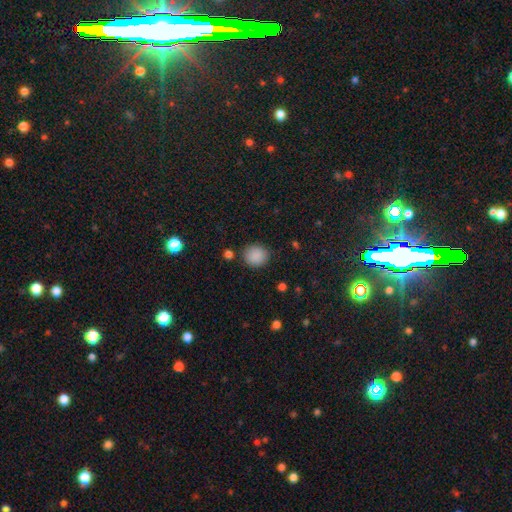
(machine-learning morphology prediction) smooth 87%, star or artifact 9%, featured or disk 3%. Down the decision tree: how rounded — round (81%); merging — none (85%).